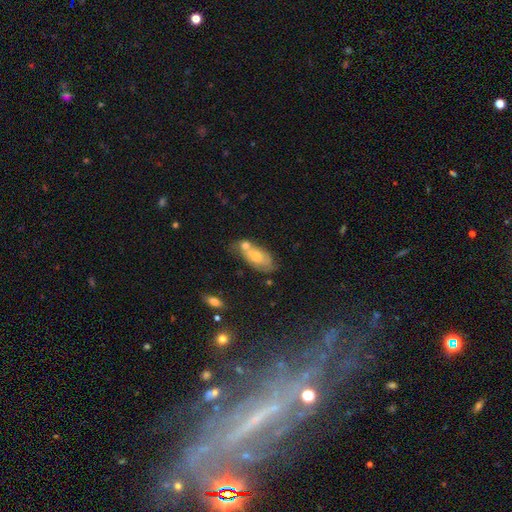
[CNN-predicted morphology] A smooth galaxy with no disk features (51%) that is in between round and cigar-shaped (81%).

Vote fractions:
- Smooth or featured? smooth: 51% / featured or disk: 38% / star or artifact: 11%
- How rounded? in between: 81% / cigar-shaped: 14% / round: 5%
- Merging? none: 44% / merger: 32% / minor disturbance: 18% / major disturbance: 6%